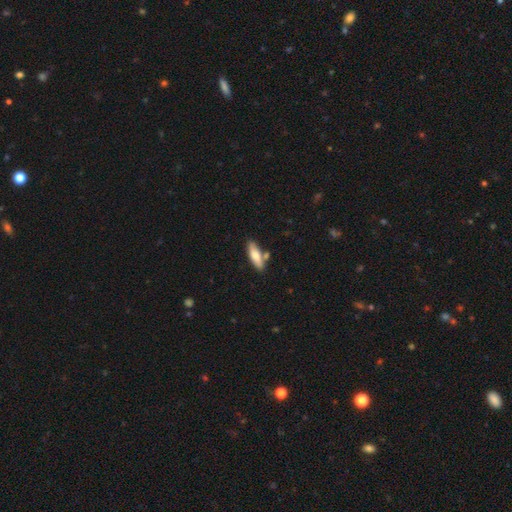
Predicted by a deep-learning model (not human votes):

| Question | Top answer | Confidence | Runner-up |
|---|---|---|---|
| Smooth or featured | smooth | 74% | featured or disk (20%) |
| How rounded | in between | 53% | cigar-shaped (45%) |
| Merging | none | 73% | minor disturbance (13%) |